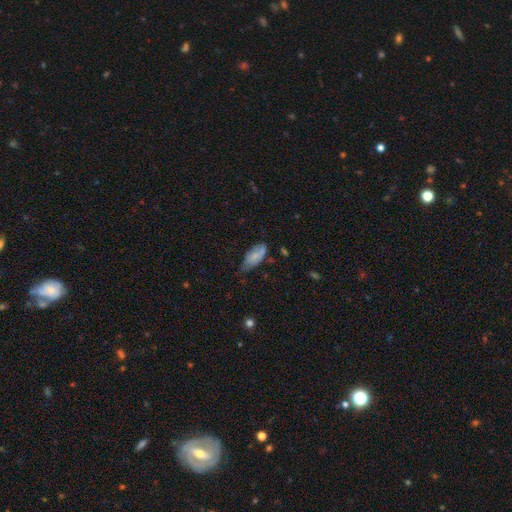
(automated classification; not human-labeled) Smooth or featured? Predicted: smooth (p=0.74). How rounded? Predicted: in between (p=0.85). Merging? Predicted: none (p=0.44).